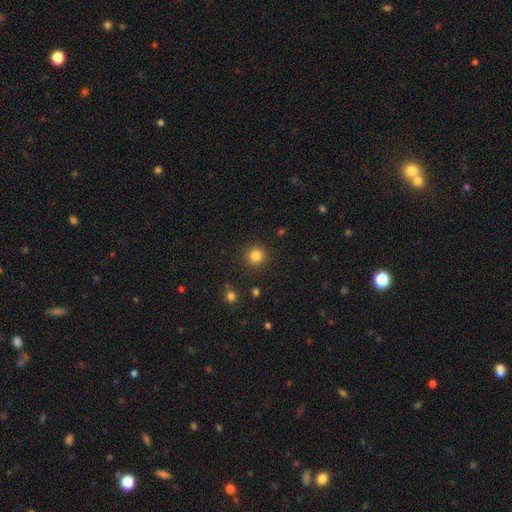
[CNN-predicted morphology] type=smooth (83%); roundness=round (93%); merging=none (90%).